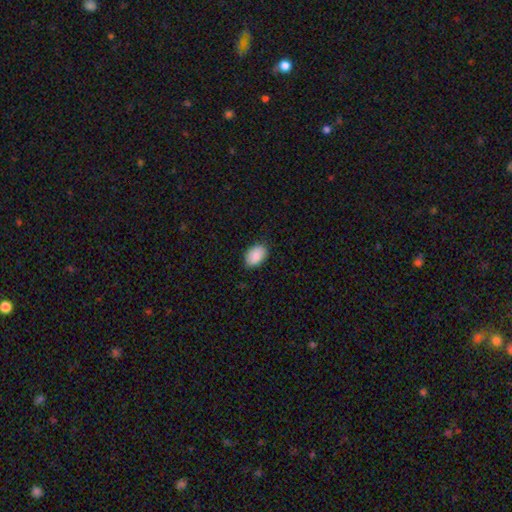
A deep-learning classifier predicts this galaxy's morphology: A smooth galaxy with no disk features (89%) that is in between round and cigar-shaped (89%).

Vote fractions:
- Smooth or featured? smooth: 89% / star or artifact: 6% / featured or disk: 5%
- How rounded? in between: 89% / round: 10% / cigar-shaped: 1%
- Merging? none: 85% / minor disturbance: 12% / major disturbance: 2% / merger: 1%